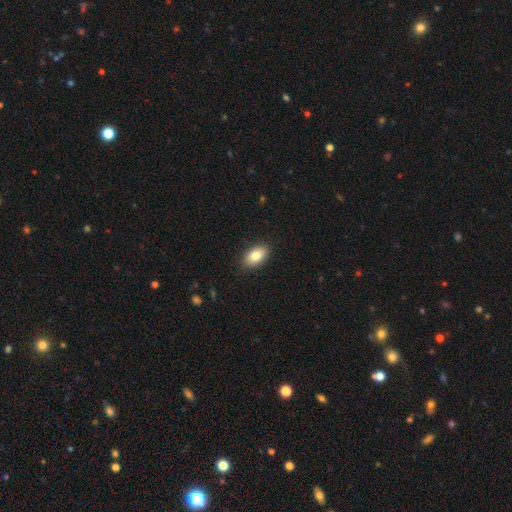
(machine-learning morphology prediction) A smooth galaxy with no disk features (81%) that is in between round and cigar-shaped (91%).

Vote fractions:
- Smooth or featured? smooth: 81% / featured or disk: 12% / star or artifact: 7%
- How rounded? in between: 91% / round: 7% / cigar-shaped: 2%
- Merging? none: 88% / minor disturbance: 9% / major disturbance: 2% / merger: 1%